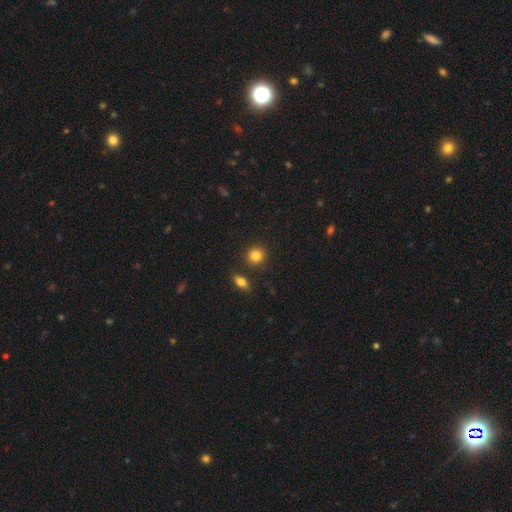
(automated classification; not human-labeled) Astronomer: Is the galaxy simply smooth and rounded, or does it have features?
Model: smooth — 84%.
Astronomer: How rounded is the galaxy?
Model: round — 86%.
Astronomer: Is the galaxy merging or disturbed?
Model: none — 86%.